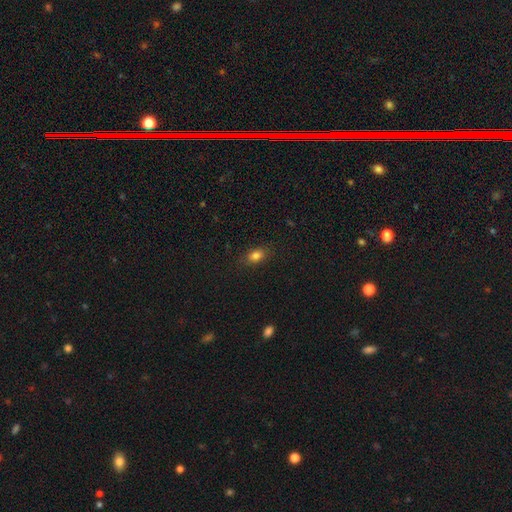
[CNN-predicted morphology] Smooth or featured? Predicted: smooth (p=0.82). How rounded? Predicted: in between (p=0.78). Merging? Predicted: none (p=0.86).